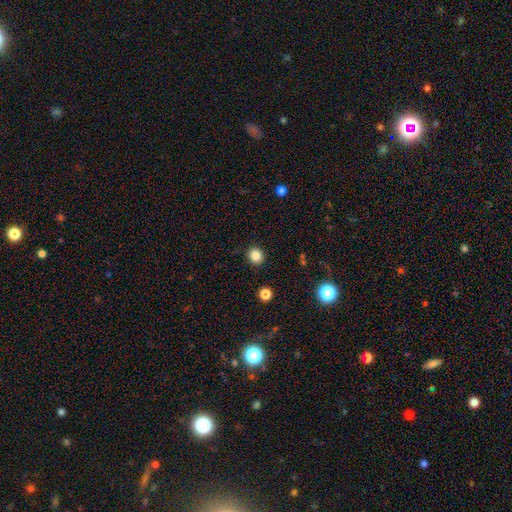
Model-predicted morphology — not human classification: A smooth galaxy with no disk features (83%) that is round (88%).

Vote fractions:
- Smooth or featured? smooth: 83% / star or artifact: 12% / featured or disk: 5%
- How rounded? round: 88% / in between: 12% / cigar-shaped: 1%
- Merging? none: 92% / minor disturbance: 5% / major disturbance: 2% / merger: 1%